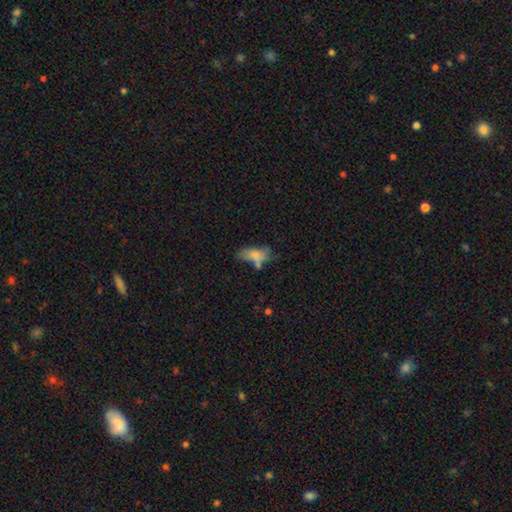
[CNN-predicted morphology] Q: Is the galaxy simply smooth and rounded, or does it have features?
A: smooth — 72%.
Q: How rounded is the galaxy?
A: in between — 82%.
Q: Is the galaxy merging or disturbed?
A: none — 35%.